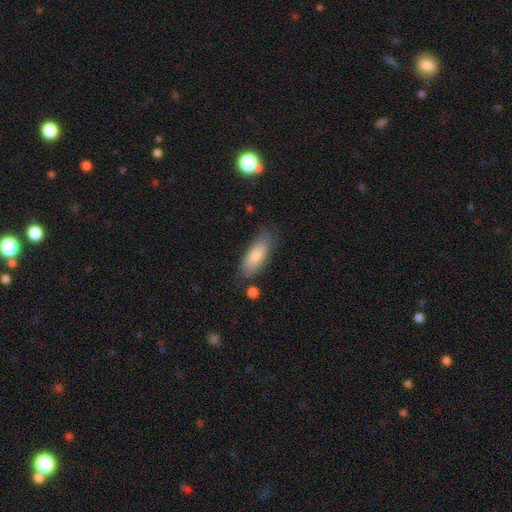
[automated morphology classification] Smooth or featured? Predicted: smooth (p=0.78). How rounded? Predicted: in between (p=0.79). Merging? Predicted: none (p=0.66).